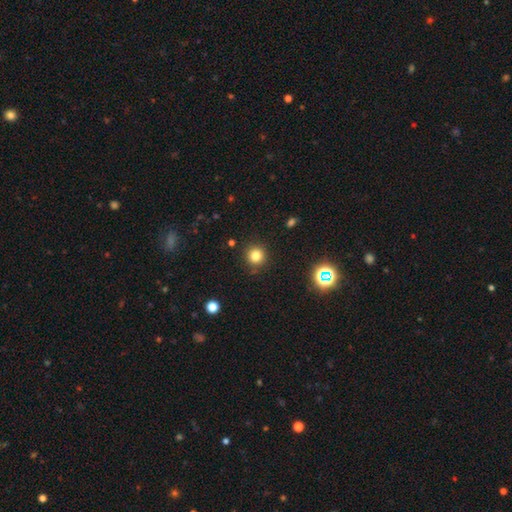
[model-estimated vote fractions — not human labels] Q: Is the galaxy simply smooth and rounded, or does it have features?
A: smooth — 80%.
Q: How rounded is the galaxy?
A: round — 94%.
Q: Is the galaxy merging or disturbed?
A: none — 89%.